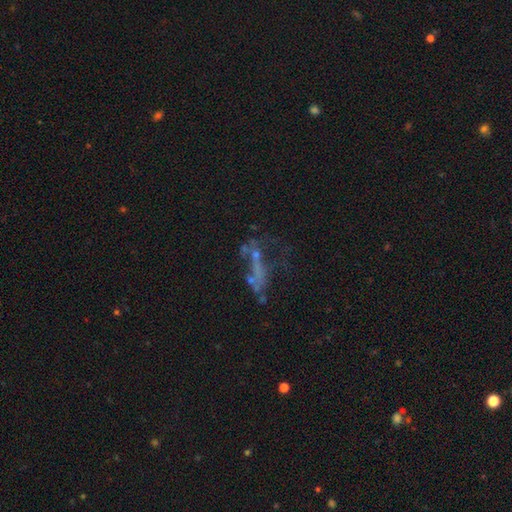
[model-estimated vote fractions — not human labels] Smooth or featured: featured or disk — 43% (star or artifact — 35%)
Merging: none — 37% (major disturbance — 32%)